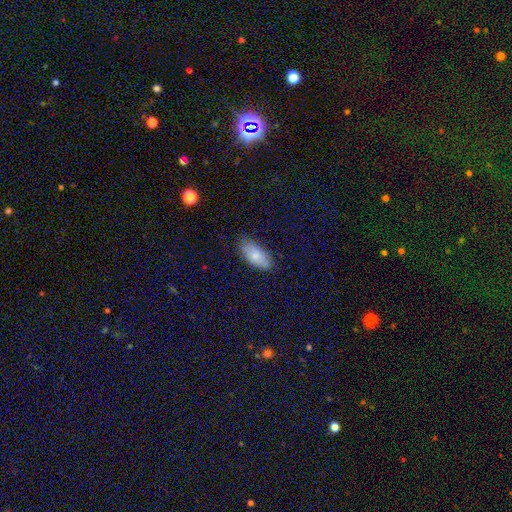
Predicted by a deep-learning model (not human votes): Smooth or featured? Predicted: smooth (p=0.82). How rounded? Predicted: in between (p=0.89). Merging? Predicted: none (p=0.80).